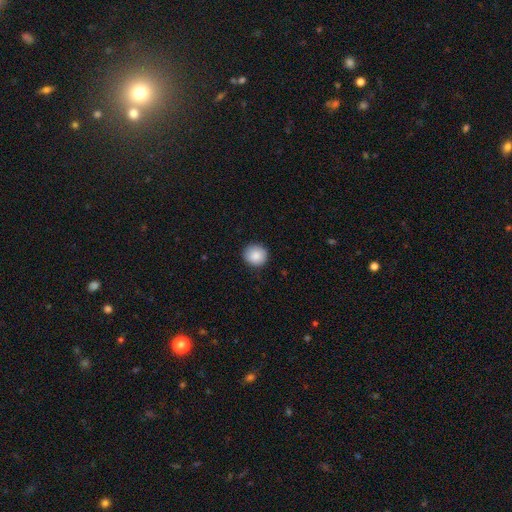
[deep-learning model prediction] smooth_or_featured: smooth (p=0.88) [alt: star or artifact p=0.08]
how_rounded: round (p=0.90) [alt: in between p=0.09]
merging: none (p=0.89) [alt: minor disturbance p=0.08]